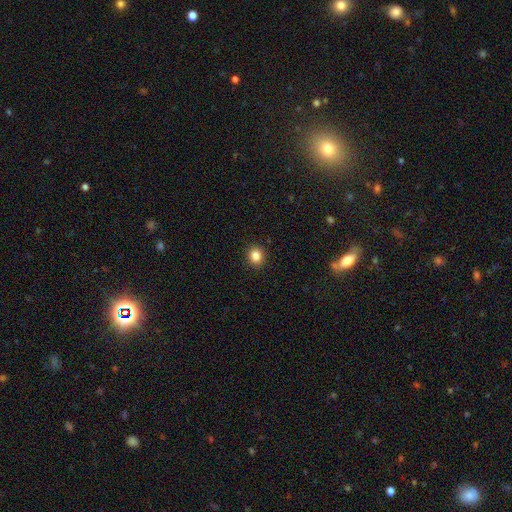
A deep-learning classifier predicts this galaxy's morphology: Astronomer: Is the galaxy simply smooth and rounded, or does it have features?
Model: smooth — 85%.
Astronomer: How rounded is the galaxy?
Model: round — 79%.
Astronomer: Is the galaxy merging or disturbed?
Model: none — 92%.